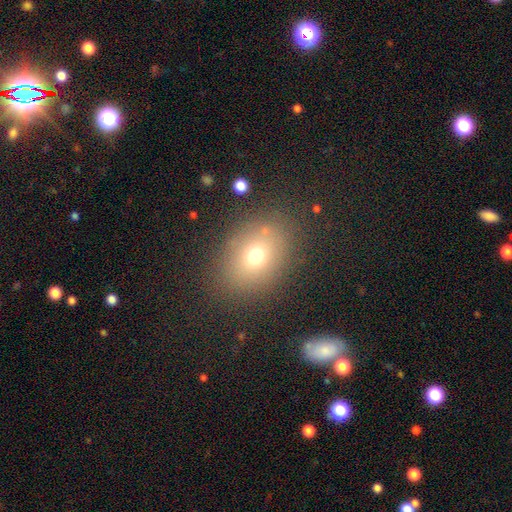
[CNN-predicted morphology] Q: Smooth or featured?
A: smooth (70%); runner-up: star or artifact (16%)
Q: How rounded?
A: in between (63%); runner-up: round (35%)
Q: Merging?
A: none (81%); runner-up: minor disturbance (11%)